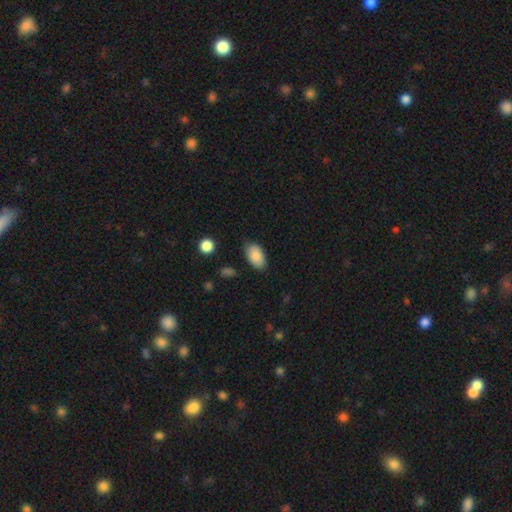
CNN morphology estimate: A smooth galaxy with no disk features (85%) that is in between round and cigar-shaped (93%). Merging: none (81%).